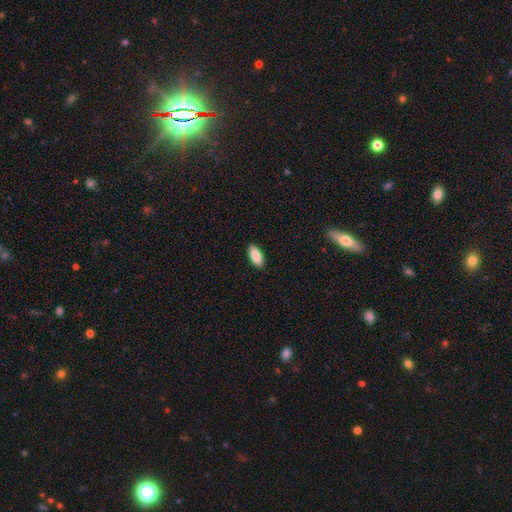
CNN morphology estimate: This is clearly a smooth galaxy (87%). How rounded: clearly in between (86%). Merging: clearly none (90%).